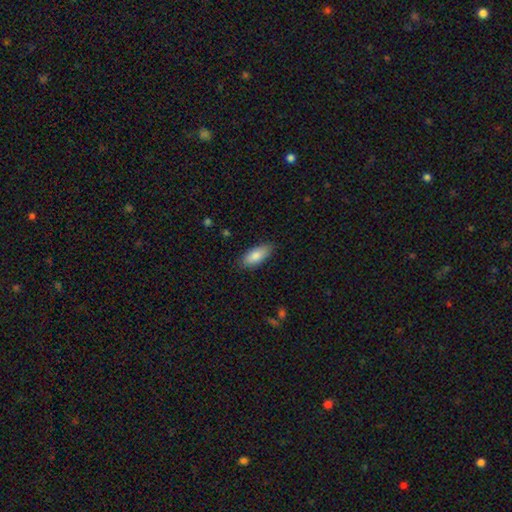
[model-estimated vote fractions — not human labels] smooth 84%, featured or disk 9%, star or artifact 6%. Down the decision tree: how rounded — in between (81%); merging — none (84%).